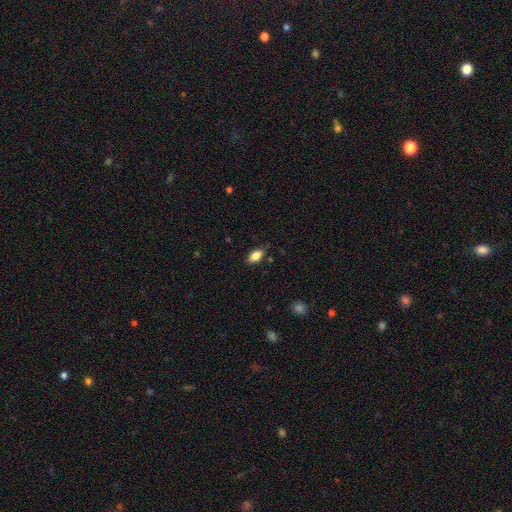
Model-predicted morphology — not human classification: Smooth or featured? Predicted: smooth (p=0.86). How rounded? Predicted: in between (p=0.91). Merging? Predicted: none (p=0.83).